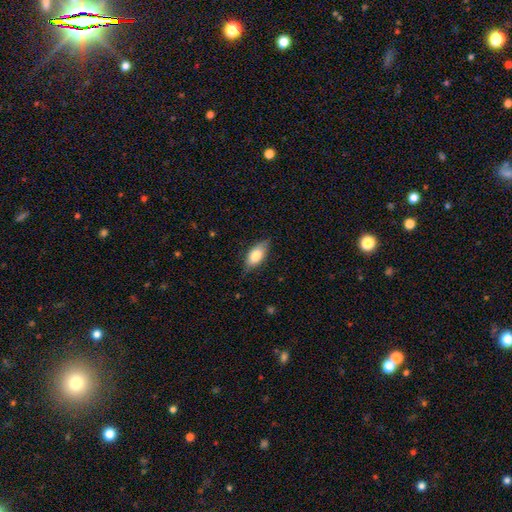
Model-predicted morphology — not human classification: smooth_or_featured: smooth (p=0.76) [alt: featured or disk p=0.18]
how_rounded: in between (p=0.87) [alt: cigar-shaped p=0.10]
merging: none (p=0.76) [alt: minor disturbance p=0.20]